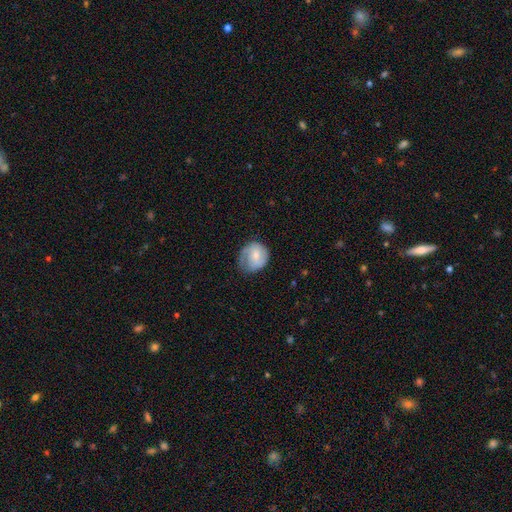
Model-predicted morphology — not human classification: Smooth or featured? smooth (49%)
Merging? none (56%)